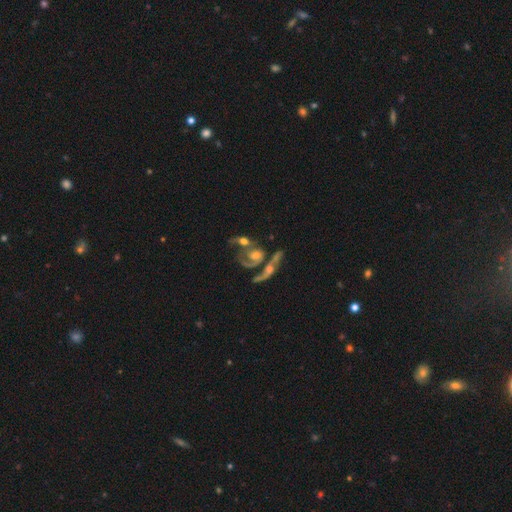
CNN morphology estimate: Smooth or featured?
  - featured or disk: 74% *
  - smooth: 17%
  - star or artifact: 9%
Edge-on disk?
  - no: 92% *
  - yes: 8%
Bar?
  - no: 77% *
  - weak: 18%
  - strong: 5%
Spiral arms?
  - yes: 70% *
  - no: 30%
Bulge size?
  - moderate: 50% *
  - small: 23%
  - large: 13%
  - none: 10%
  - dominant: 3%
Merging?
  - merger: 57% *
  - none: 18%
  - major disturbance: 16%
  - minor disturbance: 9%